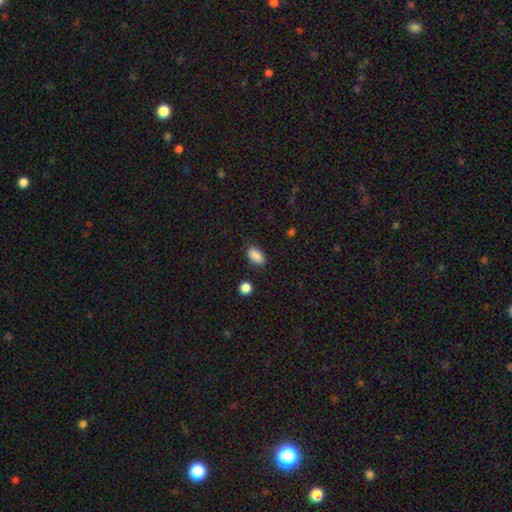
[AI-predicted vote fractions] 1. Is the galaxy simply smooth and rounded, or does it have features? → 88% smooth, 8% star or artifact, 4% featured or disk.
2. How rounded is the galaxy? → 91% in between, 7% round, 3% cigar-shaped.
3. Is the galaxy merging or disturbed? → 82% none, 13% minor disturbance, 3% major disturbance, 2% merger.